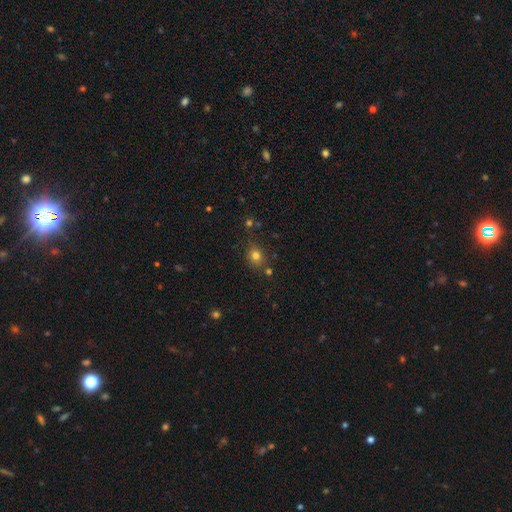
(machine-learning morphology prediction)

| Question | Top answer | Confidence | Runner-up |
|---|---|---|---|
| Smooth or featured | smooth | 77% | star or artifact (16%) |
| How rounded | round | 67% | in between (32%) |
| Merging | none | 75% | minor disturbance (14%) |